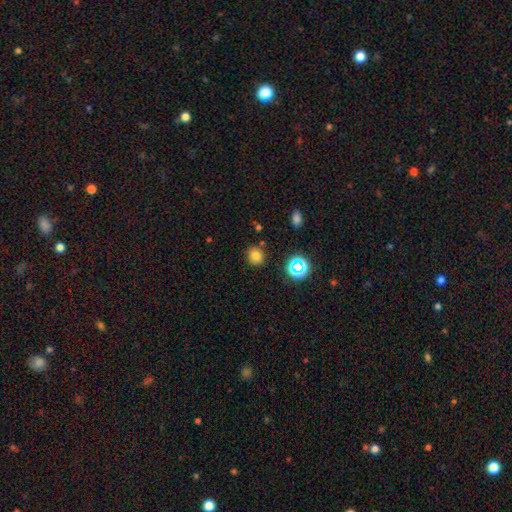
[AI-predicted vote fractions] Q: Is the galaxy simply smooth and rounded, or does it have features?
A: smooth — 74%.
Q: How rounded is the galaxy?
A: round — 74%.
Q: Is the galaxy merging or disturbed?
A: none — 83%.